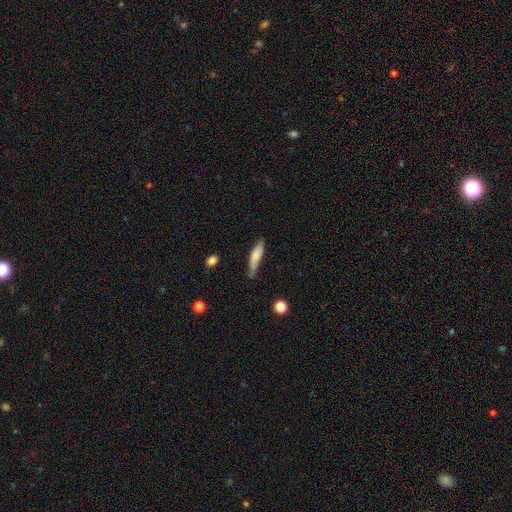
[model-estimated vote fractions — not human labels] Overall: smooth (72%). How rounded: cigar-shaped (67%; in between 31%). Merging: none (56%; minor disturbance 33%).